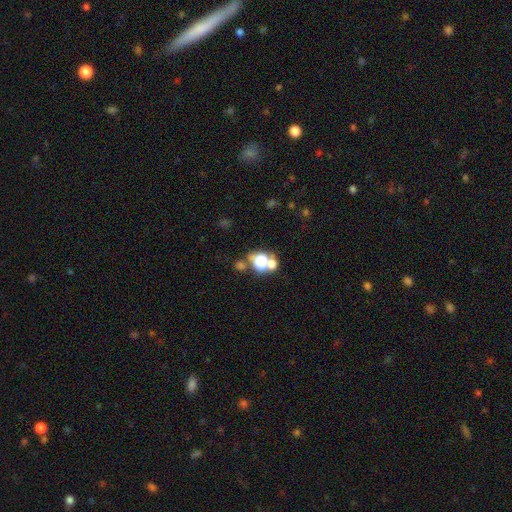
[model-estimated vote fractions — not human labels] Smooth or featured?
  - star or artifact: 55% *
  - smooth: 35%
  - featured or disk: 10%